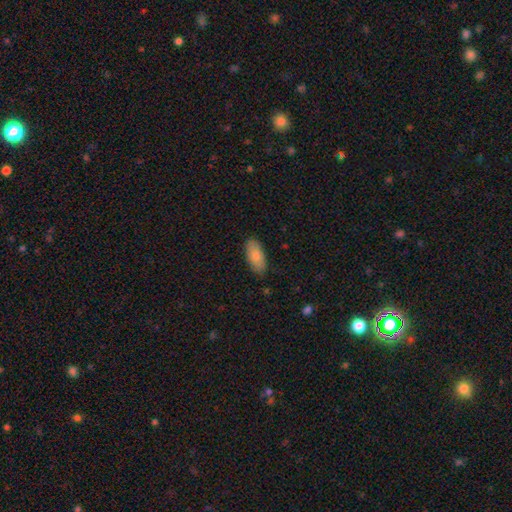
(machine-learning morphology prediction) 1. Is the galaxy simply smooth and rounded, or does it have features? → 84% smooth, 10% featured or disk, 6% star or artifact.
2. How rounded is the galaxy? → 87% in between, 11% cigar-shaped, 2% round.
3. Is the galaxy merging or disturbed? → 84% none, 12% minor disturbance, 2% major disturbance, 1% merger.